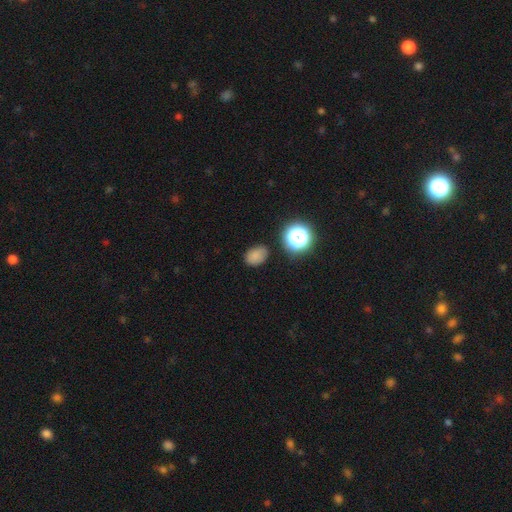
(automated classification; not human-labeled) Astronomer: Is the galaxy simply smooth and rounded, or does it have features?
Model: smooth — 78%.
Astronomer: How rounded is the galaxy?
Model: in between — 73%.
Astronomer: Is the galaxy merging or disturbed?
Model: none — 79%.